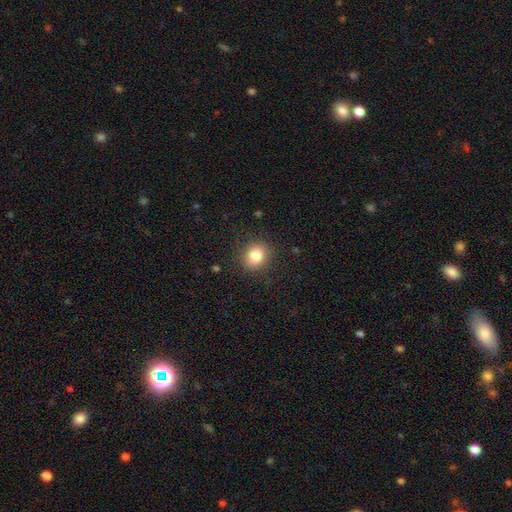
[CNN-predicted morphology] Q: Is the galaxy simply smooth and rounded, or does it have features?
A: smooth — 82%.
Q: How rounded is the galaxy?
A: round — 73%.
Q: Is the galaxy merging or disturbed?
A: none — 87%.